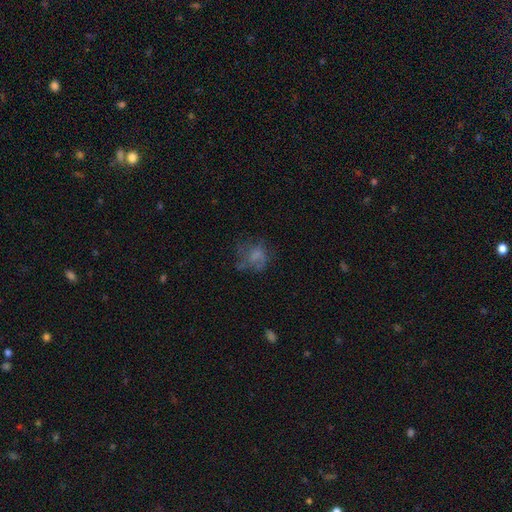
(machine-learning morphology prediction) The model was most divided on "smooth or featured": smooth: 45%, featured or disk: 39%, star or artifact: 16%. Remaining: merging — none (44%).